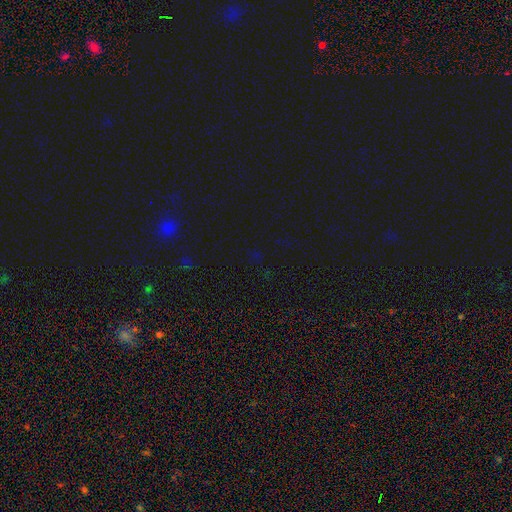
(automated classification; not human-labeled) This appears to be a star or artifact, not a galaxy (75%).